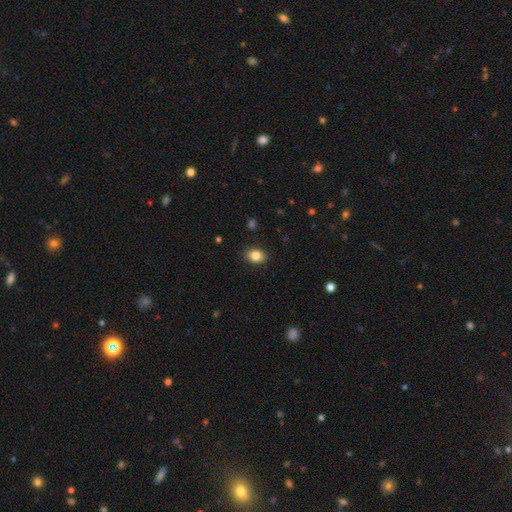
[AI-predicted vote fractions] This is clearly a smooth galaxy (85%). How rounded: likely in between (66%). Merging: clearly none (89%).